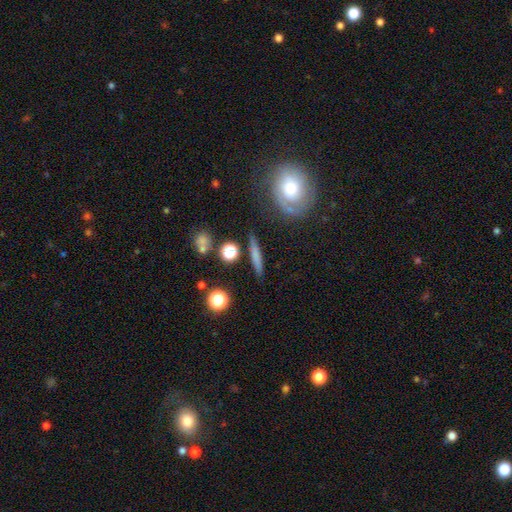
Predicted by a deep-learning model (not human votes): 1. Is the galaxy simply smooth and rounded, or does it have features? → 58% smooth, 32% featured or disk, 9% star or artifact.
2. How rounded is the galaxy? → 85% cigar-shaped, 8% in between, 7% round.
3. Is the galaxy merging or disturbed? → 83% none, 10% minor disturbance, 4% merger, 3% major disturbance.